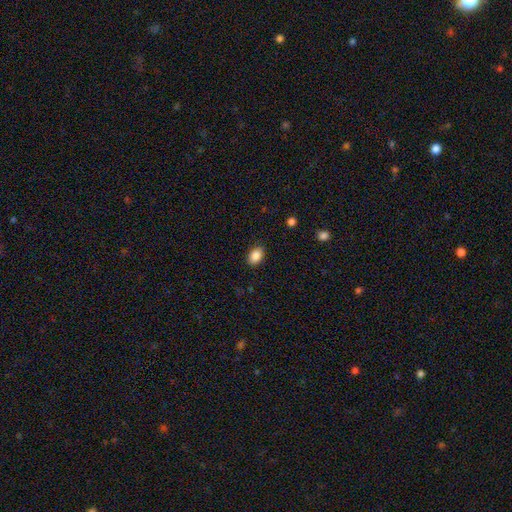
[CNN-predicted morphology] This is clearly a smooth galaxy (88%). How rounded: clearly in between (84%). Merging: clearly none (88%).